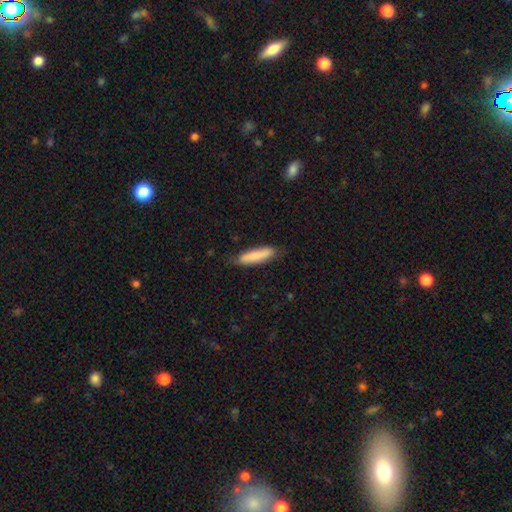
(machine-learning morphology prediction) smooth-or-featured: smooth: 79% | featured or disk: 15% | star or artifact: 6%
  how-rounded: cigar-shaped: 67% | in between: 31% | round: 2%
  merging: none: 76% | minor disturbance: 19% | major disturbance: 3% | merger: 1%